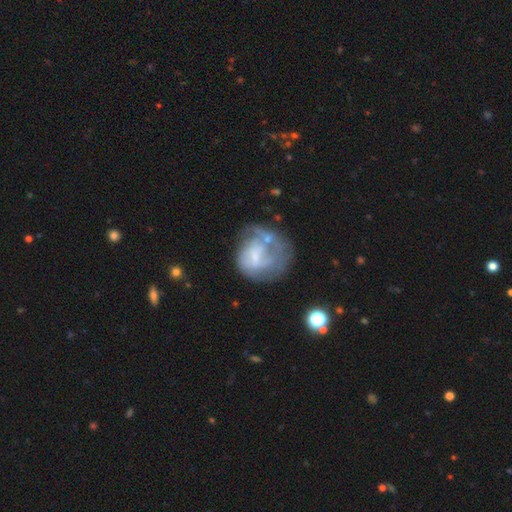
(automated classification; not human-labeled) A featured or disk galaxy (58%) with no bar (57%), spiral arms (54%) and no central bulge (37%).

Vote fractions:
- Smooth or featured? featured or disk: 58% / smooth: 33% / star or artifact: 9%
- Edge-on disk? no: 98% / yes: 2%
- Bar? no: 57% / weak: 34% / strong: 9%
- Spiral arms? yes: 54% / no: 46%
- Bulge size? none: 37% / small: 30% / moderate: 24% / large: 6% / dominant: 2%
- Merging? none: 39% / major disturbance: 32% / minor disturbance: 22% / merger: 8%